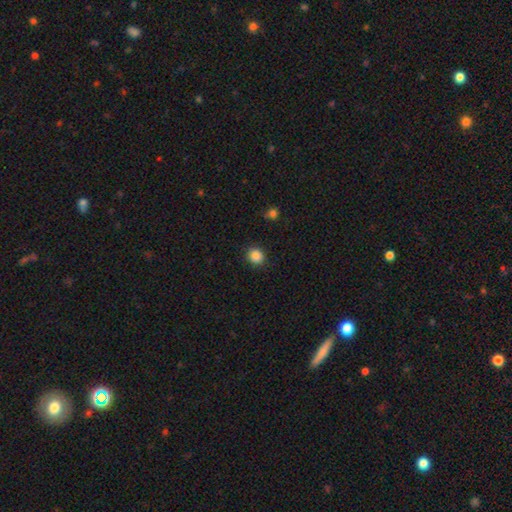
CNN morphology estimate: smooth-or-featured: smooth: 87% | star or artifact: 11% | featured or disk: 3%
  how-rounded: round: 84% | in between: 15% | cigar-shaped: 1%
  merging: none: 88% | minor disturbance: 8% | major disturbance: 3% | merger: 1%